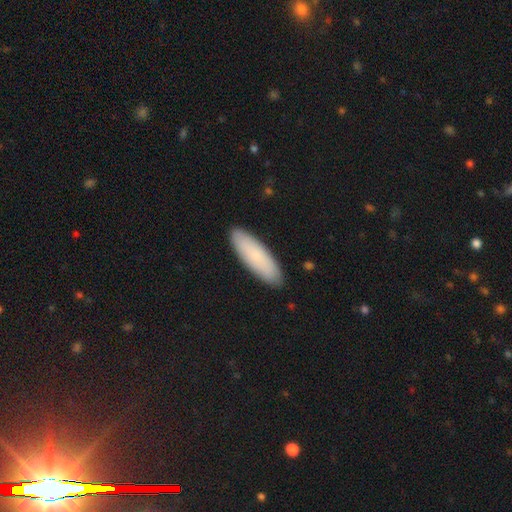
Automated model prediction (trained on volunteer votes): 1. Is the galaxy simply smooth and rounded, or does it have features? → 81% smooth, 13% featured or disk, 6% star or artifact.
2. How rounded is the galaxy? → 49% in between (tied), 49% cigar-shaped (tied), 2% round.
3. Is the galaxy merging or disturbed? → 89% none, 8% minor disturbance, 2% major disturbance, 1% merger.